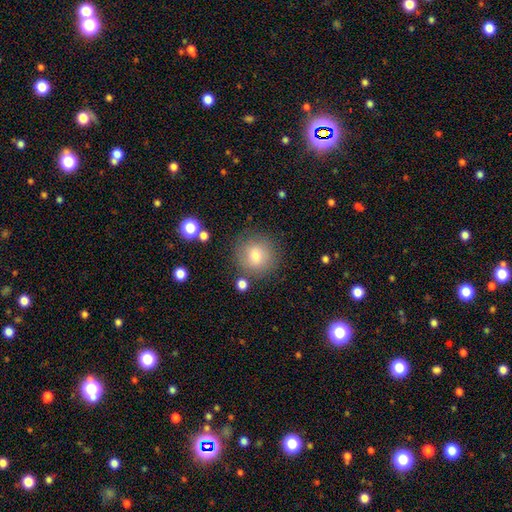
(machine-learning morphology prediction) This appears to be a smooth galaxy with no disk features (74%) that is round (92%). Merging: none (81%).